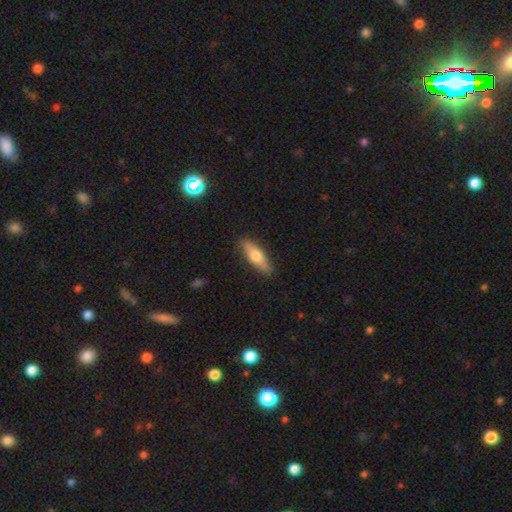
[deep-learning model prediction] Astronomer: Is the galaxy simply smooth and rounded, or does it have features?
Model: smooth — 60%.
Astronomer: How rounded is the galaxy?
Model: cigar-shaped — 51% (runner-up: in between, 46%).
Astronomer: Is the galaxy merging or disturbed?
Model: none — 87%.